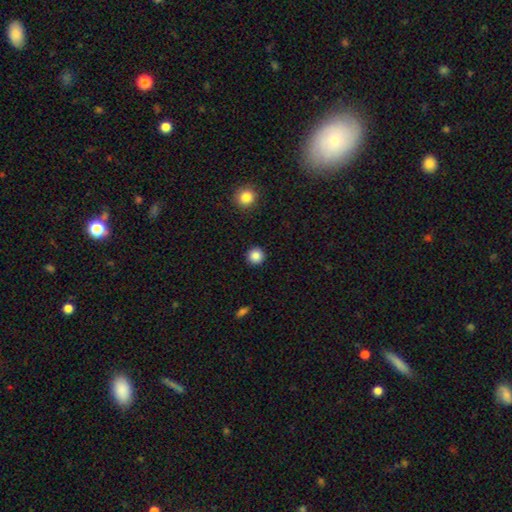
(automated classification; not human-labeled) This is clearly a smooth galaxy (87%). How rounded: clearly round (95%). Merging: clearly none (92%).